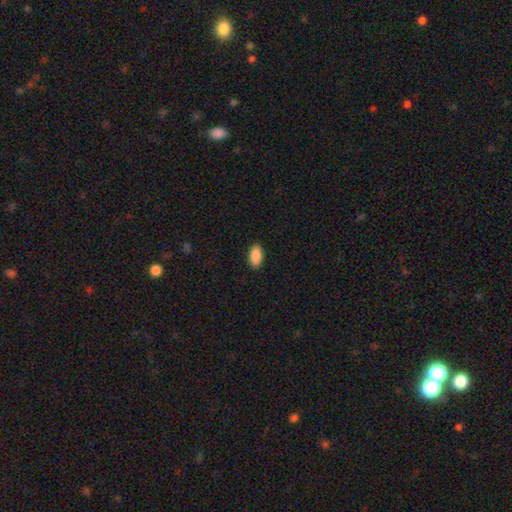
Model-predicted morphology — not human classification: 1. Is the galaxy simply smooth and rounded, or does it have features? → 90% smooth, 7% star or artifact, 3% featured or disk.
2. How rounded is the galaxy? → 95% in between, 3% round, 3% cigar-shaped.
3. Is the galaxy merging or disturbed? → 90% none, 7% minor disturbance, 2% major disturbance, 1% merger.